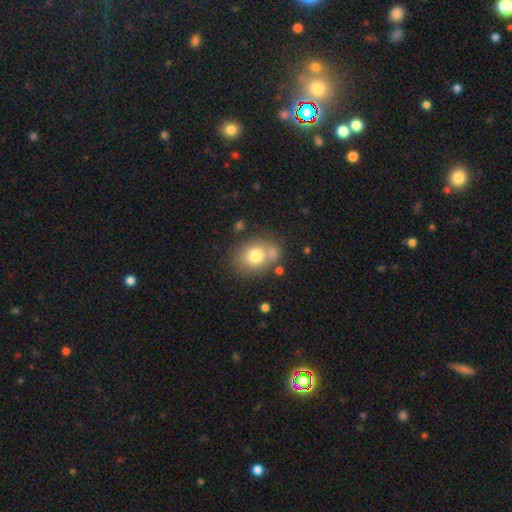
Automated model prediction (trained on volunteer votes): Morphology: type=smooth (76%); roundness=in between (53%); merging=none (65%).